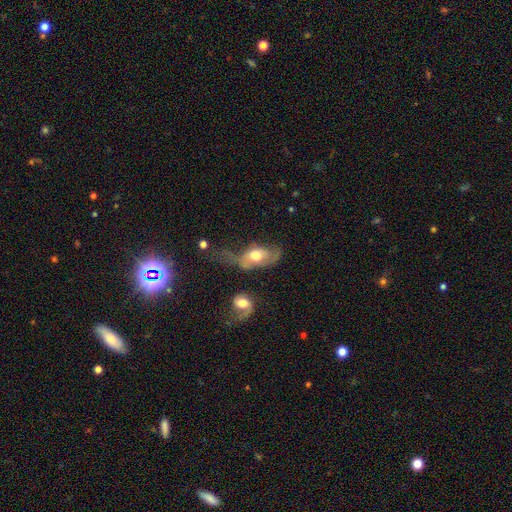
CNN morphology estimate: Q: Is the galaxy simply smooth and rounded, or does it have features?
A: smooth — 50%.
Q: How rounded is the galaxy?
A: in between — 86%.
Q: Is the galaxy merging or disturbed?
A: major disturbance — 41%.